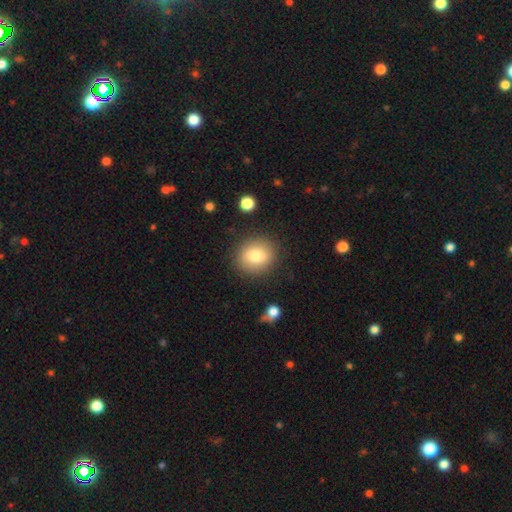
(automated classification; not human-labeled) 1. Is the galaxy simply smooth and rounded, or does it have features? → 79% smooth, 12% featured or disk, 9% star or artifact.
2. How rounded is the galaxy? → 73% round, 26% in between, 1% cigar-shaped.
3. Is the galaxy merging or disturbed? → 86% none, 9% minor disturbance, 3% major disturbance, 2% merger.